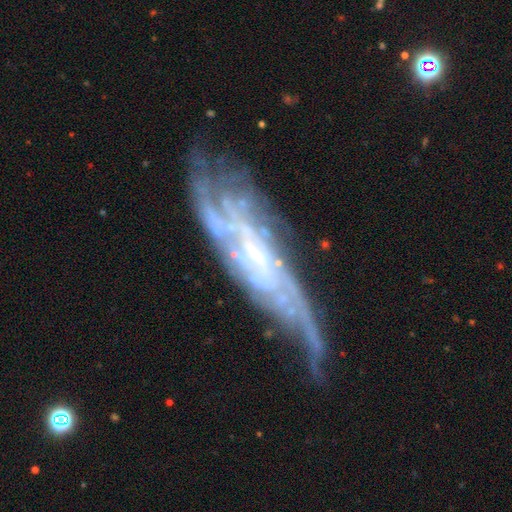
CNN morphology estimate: Overall: featured or disk (84%). Edge-on disk: no (75%). Bar: no (49%; weak 35%). Spiral arms: yes (90%). Spiral arm count: can't tell (48%; 2 15%). Spiral winding: tight (51%; medium 34%). Bulge size: small (69%). Merging: none (55%; minor disturbance 25%).